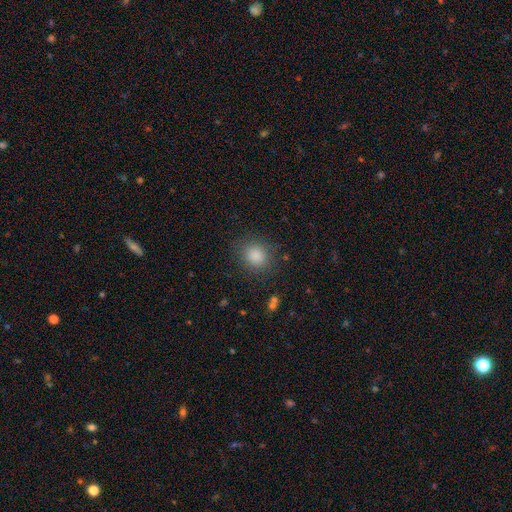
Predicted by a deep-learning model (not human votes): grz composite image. It shows a smooth galaxy with no disk features (85%) that is round (78%). Merging: none (85%).